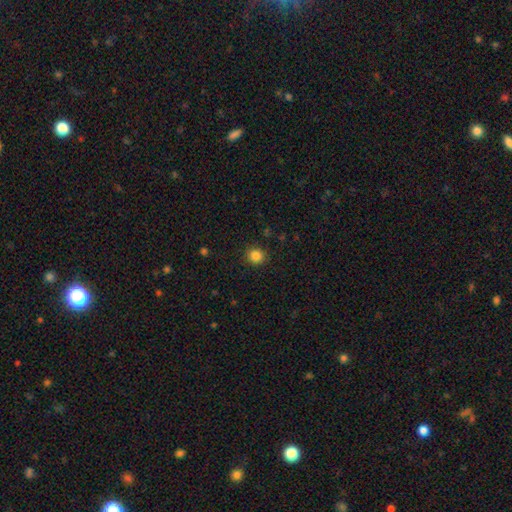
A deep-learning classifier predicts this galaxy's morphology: Smooth or featured? Predicted: smooth (p=0.85). How rounded? Predicted: round (p=0.90). Merging? Predicted: none (p=0.90).